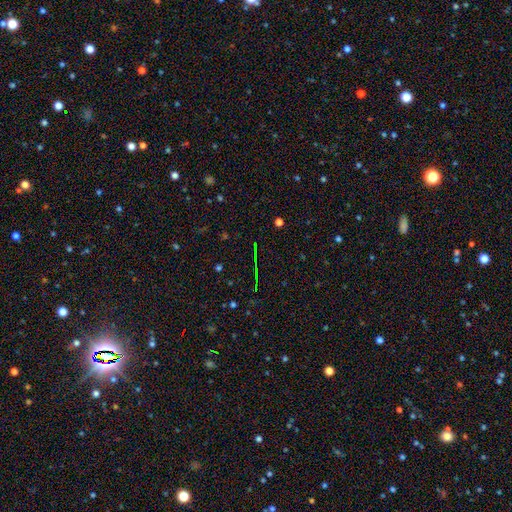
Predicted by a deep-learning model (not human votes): Q: Smooth or featured?
A: star or artifact (71%); runner-up: featured or disk (15%)